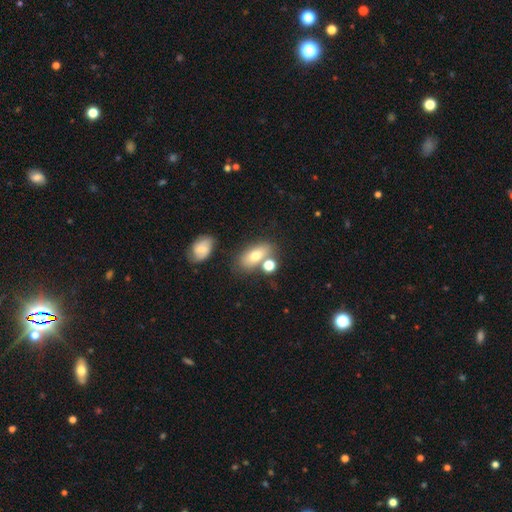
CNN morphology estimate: The model was most divided on "merging": none: 58%, merger: 22%, minor disturbance: 14%, major disturbance: 5%. More confident: how rounded — in between (83%); smooth or featured — smooth (70%).